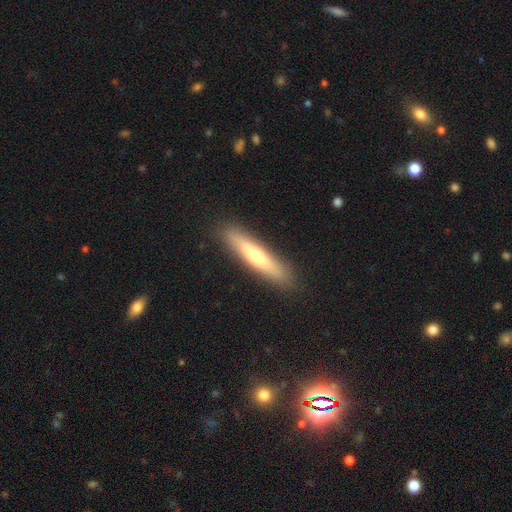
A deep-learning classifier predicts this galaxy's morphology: type=smooth (53%); roundness=cigar-shaped (87%); merging=none (90%).